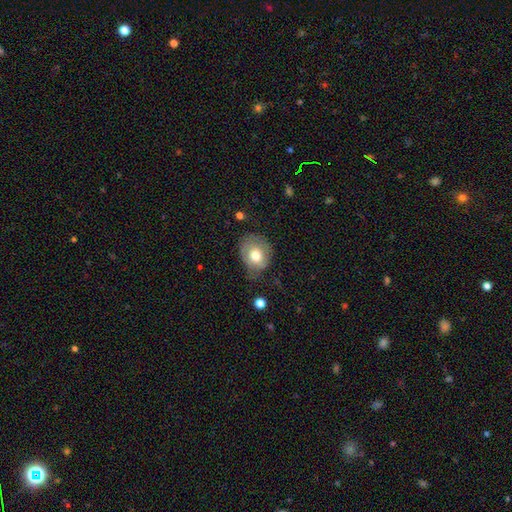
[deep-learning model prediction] A smooth galaxy with no disk features (59%) that is round (54%).

Vote fractions:
- Smooth or featured? smooth: 59% / featured or disk: 33% / star or artifact: 7%
- How rounded? round: 54% / in between: 45% / cigar-shaped: 1%
- Merging? none: 50% / minor disturbance: 33% / major disturbance: 15% / merger: 2%